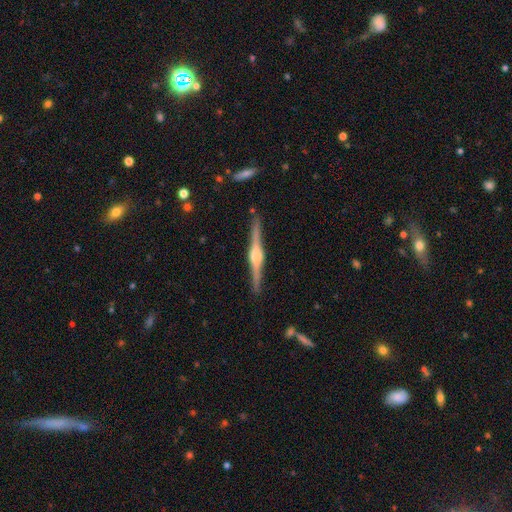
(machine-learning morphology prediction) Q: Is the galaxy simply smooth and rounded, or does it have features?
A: featured or disk — 86%.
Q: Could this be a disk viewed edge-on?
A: yes — 99%.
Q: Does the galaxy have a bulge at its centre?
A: rounded — 85%.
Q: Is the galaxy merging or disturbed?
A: none — 90%.